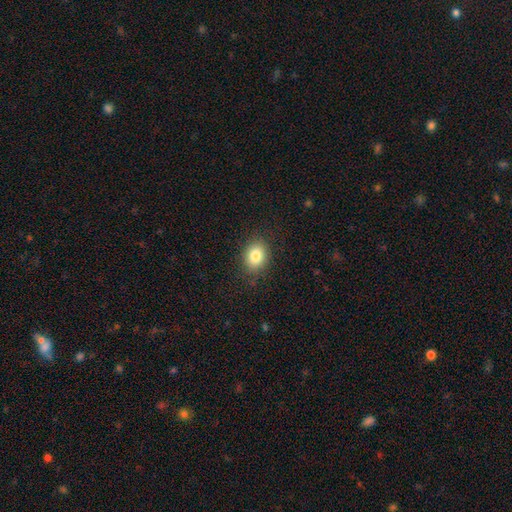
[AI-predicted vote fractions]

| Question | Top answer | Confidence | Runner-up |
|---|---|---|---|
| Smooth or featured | smooth | 83% | star or artifact (10%) |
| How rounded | in between | 58% | round (41%) |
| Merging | none | 86% | minor disturbance (10%) |